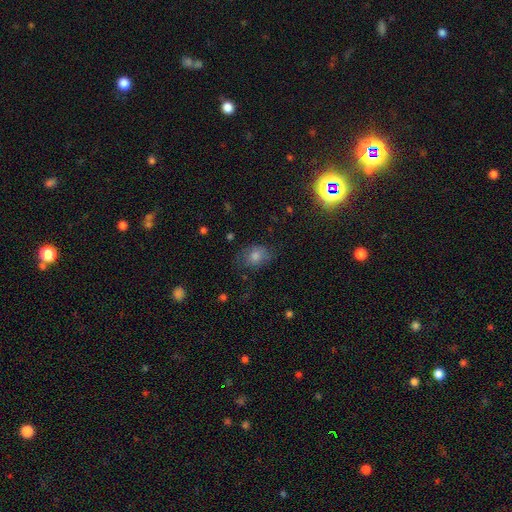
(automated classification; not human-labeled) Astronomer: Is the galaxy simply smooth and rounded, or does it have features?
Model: smooth — 62%.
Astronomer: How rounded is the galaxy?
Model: in between — 59% (runner-up: round, 40%).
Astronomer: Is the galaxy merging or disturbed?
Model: none — 73%.